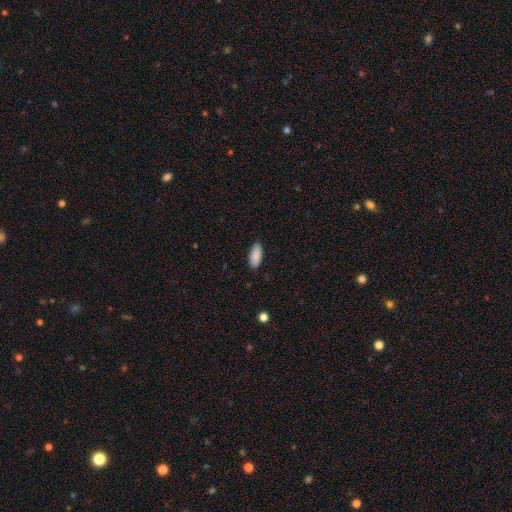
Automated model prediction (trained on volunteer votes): smooth 90%, star or artifact 6%, featured or disk 4%. Down the decision tree: how rounded — in between (87%); merging — none (88%).